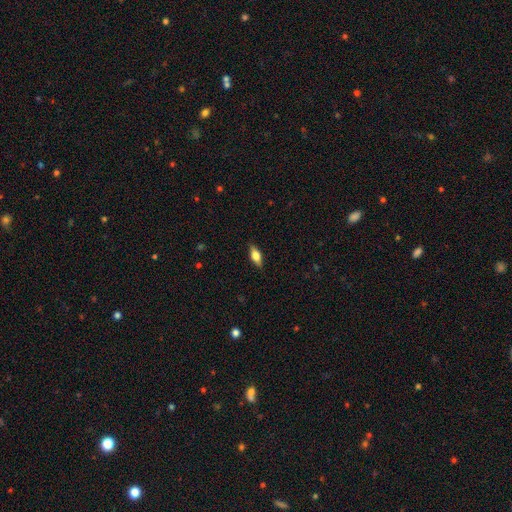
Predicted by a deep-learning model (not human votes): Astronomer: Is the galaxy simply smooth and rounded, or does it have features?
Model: smooth — 64%.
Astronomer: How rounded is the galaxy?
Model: in between — 77%.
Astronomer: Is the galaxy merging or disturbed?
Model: none — 85%.